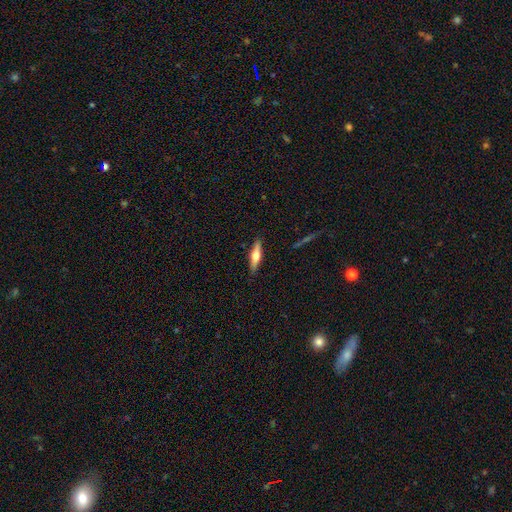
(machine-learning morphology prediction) Q: Smooth or featured?
A: featured or disk (51%); runner-up: smooth (43%)
Q: Edge-on disk?
A: yes (94%); runner-up: no (6%)
Q: Merging?
A: none (88%); runner-up: minor disturbance (9%)